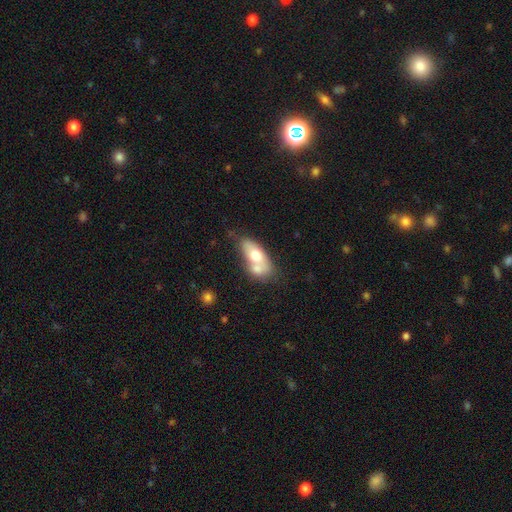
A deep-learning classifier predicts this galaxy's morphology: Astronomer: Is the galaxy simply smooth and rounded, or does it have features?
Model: smooth — 62%.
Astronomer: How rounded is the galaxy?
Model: in between — 81%.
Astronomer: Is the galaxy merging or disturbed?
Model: merger — 55%.